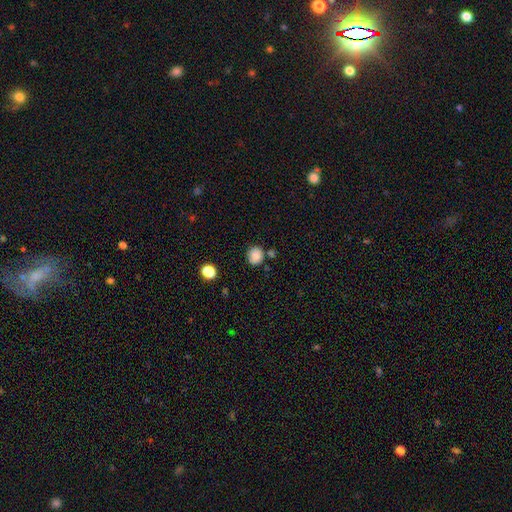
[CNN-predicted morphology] Smooth or featured: smooth — 83% (star or artifact — 10%)
How rounded: round — 84% (in between — 15%)
Merging: none — 74% (minor disturbance — 14%)